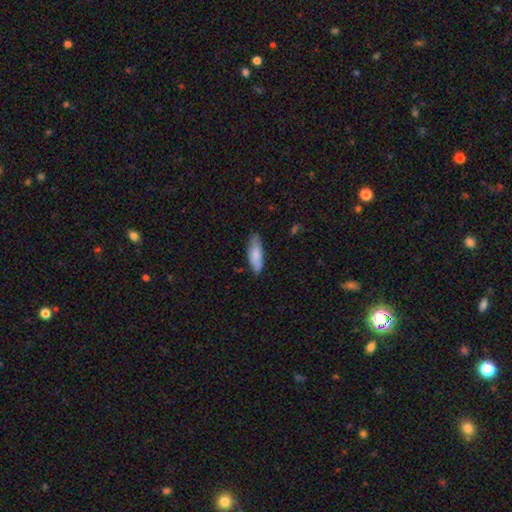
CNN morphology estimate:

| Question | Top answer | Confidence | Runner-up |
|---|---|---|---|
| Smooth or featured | smooth | 80% | featured or disk (14%) |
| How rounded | in between | 56% | cigar-shaped (42%) |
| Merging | none | 75% | minor disturbance (20%) |